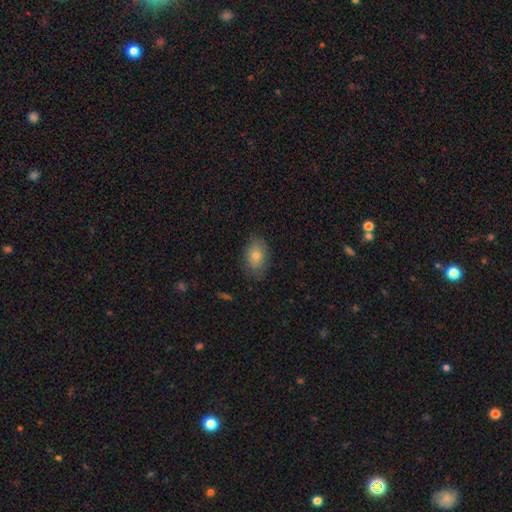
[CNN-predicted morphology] smooth_or_featured: smooth (p=0.75) [alt: featured or disk p=0.15]
how_rounded: in between (p=0.87) [alt: round p=0.11]
merging: none (p=0.82) [alt: minor disturbance p=0.14]